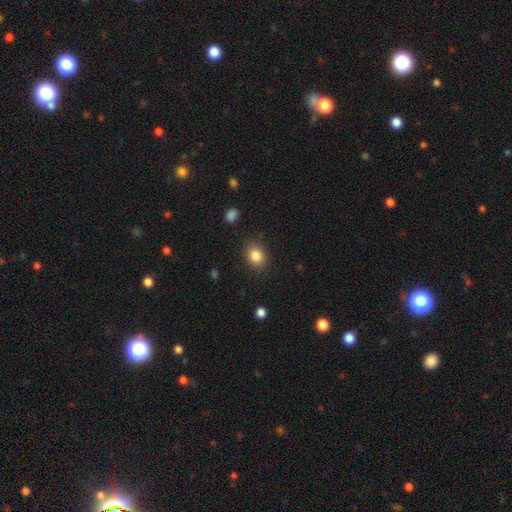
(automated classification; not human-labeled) Q: Smooth or featured?
A: smooth (84%); runner-up: star or artifact (10%)
Q: How rounded?
A: in between (51%); runner-up: round (48%)
Q: Merging?
A: none (85%); runner-up: minor disturbance (11%)